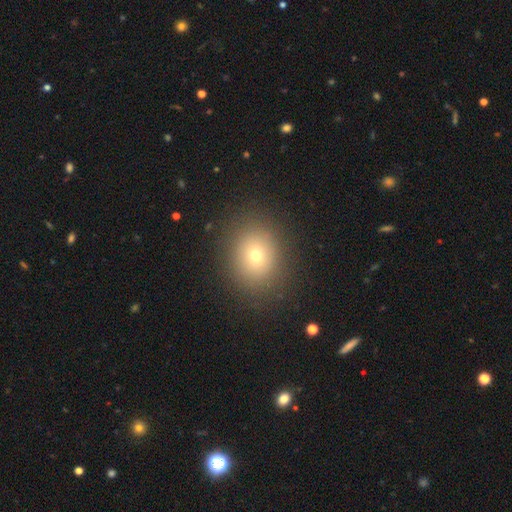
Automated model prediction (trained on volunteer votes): Smooth or featured?
  - smooth: 70% *
  - star or artifact: 16%
  - featured or disk: 14%
How rounded?
  - round: 63% *
  - in between: 36%
  - cigar-shaped: 1%
Merging?
  - none: 86% *
  - minor disturbance: 9%
  - major disturbance: 4%
  - merger: 1%